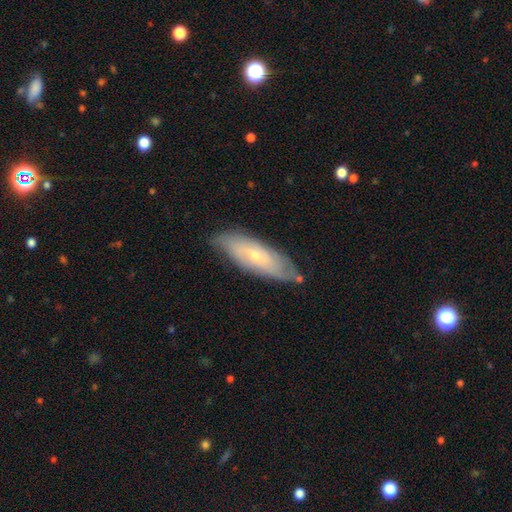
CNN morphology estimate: smooth_or_featured: featured or disk (p=0.54) [alt: smooth p=0.39]
disk_edge_on: no (p=0.74) [alt: yes p=0.26]
merging: none (p=0.76) [alt: minor disturbance p=0.19]